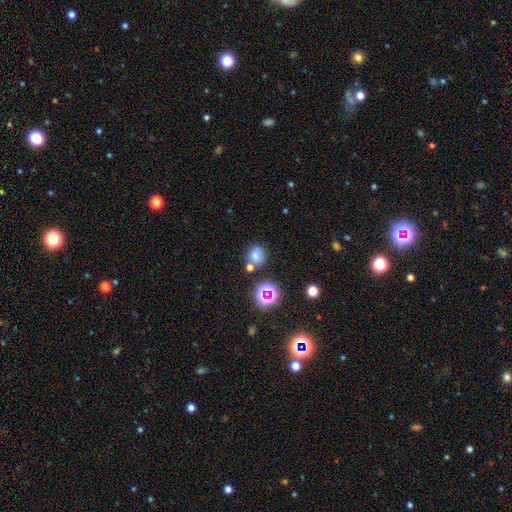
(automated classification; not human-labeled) Morphology: type=smooth (68%); roundness=round (78%); merging=none (64%).